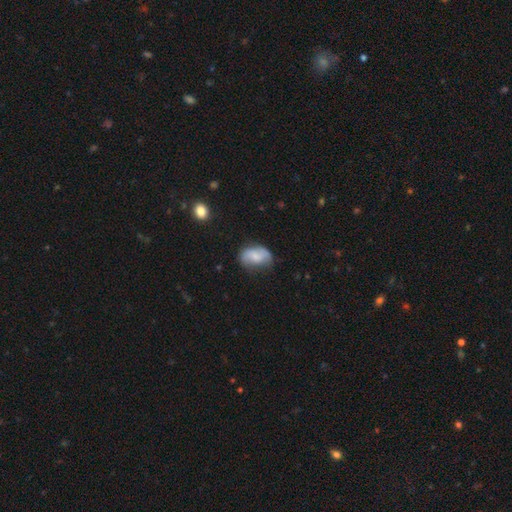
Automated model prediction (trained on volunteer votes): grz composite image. It shows a smooth galaxy with no disk features (58%) that is in between round and cigar-shaped (86%). Merging: none (54%).